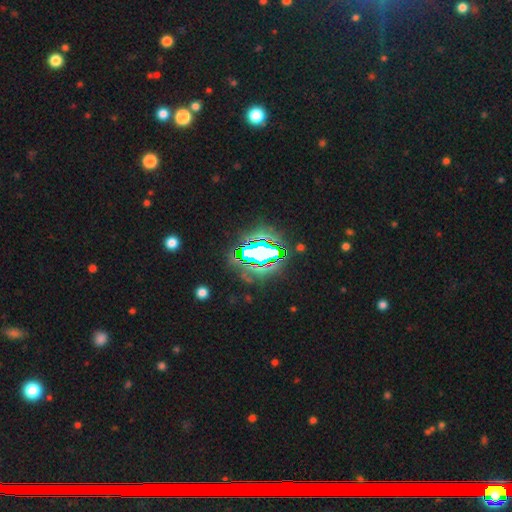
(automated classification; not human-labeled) The model was most divided on "smooth or featured": star or artifact: 75%, featured or disk: 13%, smooth: 12%.